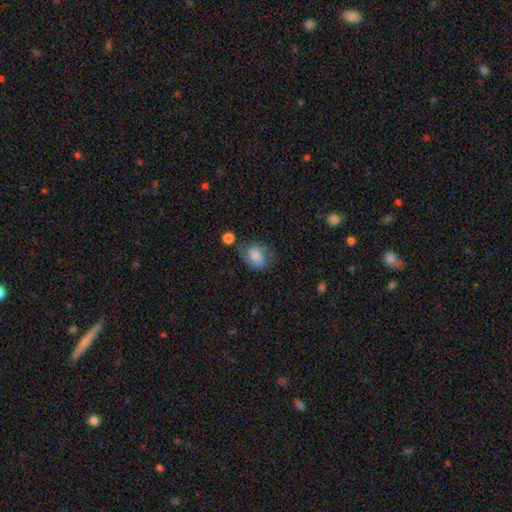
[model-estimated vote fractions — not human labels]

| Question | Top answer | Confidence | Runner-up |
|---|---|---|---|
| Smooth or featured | smooth | 63% | featured or disk (28%) |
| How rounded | in between | 66% | round (33%) |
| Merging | none | 48% | minor disturbance (29%) |